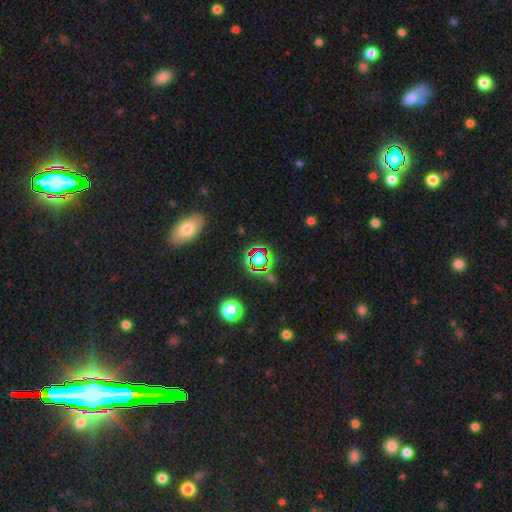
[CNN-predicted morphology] The model was most divided on "smooth or featured": star or artifact: 66%, smooth: 23%, featured or disk: 12%.